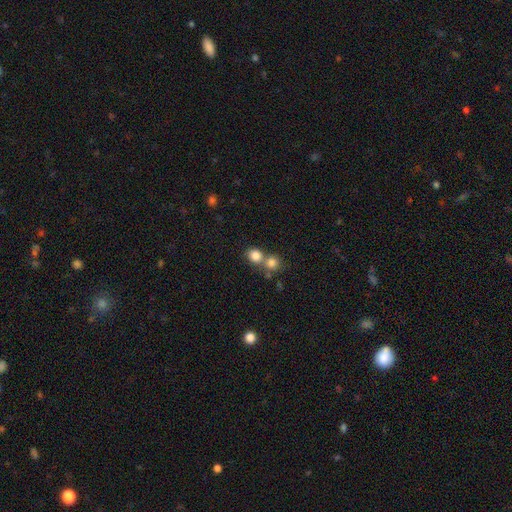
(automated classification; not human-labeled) A smooth galaxy with no disk features (81%) that is round (78%).

Vote fractions:
- Smooth or featured? smooth: 81% / star or artifact: 11% / featured or disk: 8%
- How rounded? round: 78% / in between: 21% / cigar-shaped: 1%
- Merging? merger: 46% / none: 45% / minor disturbance: 7% / major disturbance: 3%